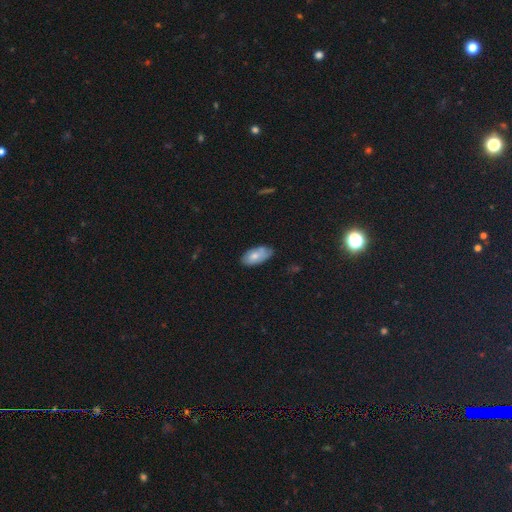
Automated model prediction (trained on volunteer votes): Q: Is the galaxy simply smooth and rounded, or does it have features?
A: smooth — 71%.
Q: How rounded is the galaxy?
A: in between — 92%.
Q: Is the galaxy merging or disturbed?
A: none — 64%.